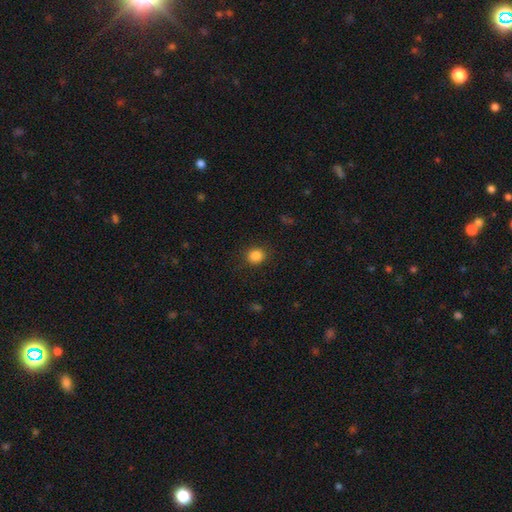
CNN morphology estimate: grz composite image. It shows a smooth galaxy with no disk features (85%) that is round (82%). Merging: none (87%).